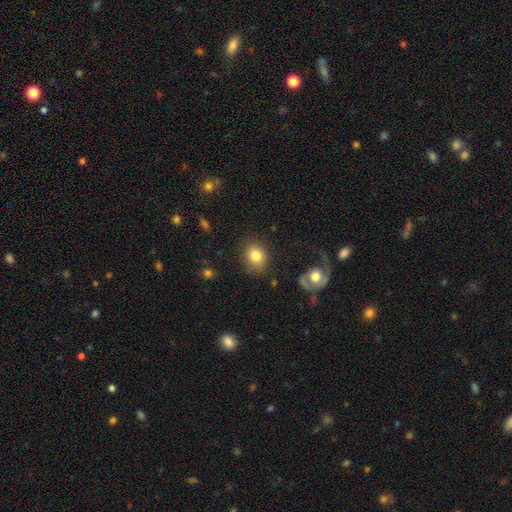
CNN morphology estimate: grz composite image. It shows a smooth galaxy with no disk features (82%) that is round (55%). Merging: none (81%).